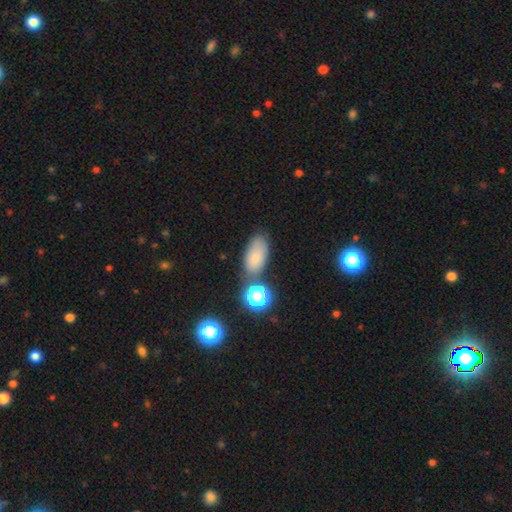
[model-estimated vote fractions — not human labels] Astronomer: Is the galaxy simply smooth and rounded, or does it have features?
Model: smooth — 73%.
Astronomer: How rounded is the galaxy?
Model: in between — 88%.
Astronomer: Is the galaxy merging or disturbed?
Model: none — 63%.